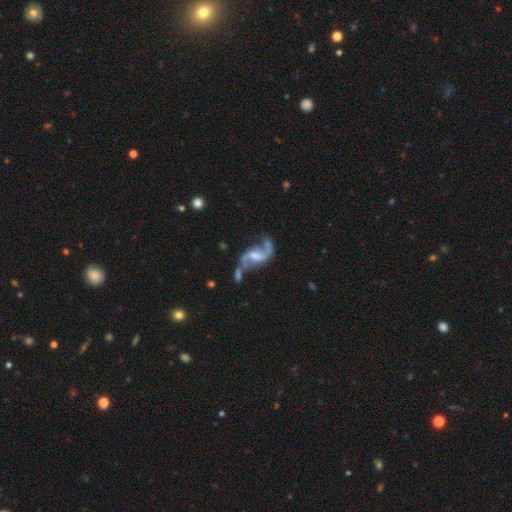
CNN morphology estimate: smooth-or-featured: featured or disk: 88% | smooth: 6% | star or artifact: 6%
  disk-edge-on: no: 97% | yes: 3%
    bar: weak: 49% | strong: 27% | no: 24%
    has-spiral-arms: yes: 95% | no: 5%
      spiral-winding: loose: 75% | medium: 20% | tight: 4%
      spiral-arm-count: 2: 92% | 1: 3% | can't tell: 2% | 3: 1% | 4: 1% | more than 4: 1%
    bulge-size: small: 39% | moderate: 35% | none: 20% | large: 5% | dominant: 1%
  merging: none: 50% | merger: 18% | minor disturbance: 18% | major disturbance: 14%